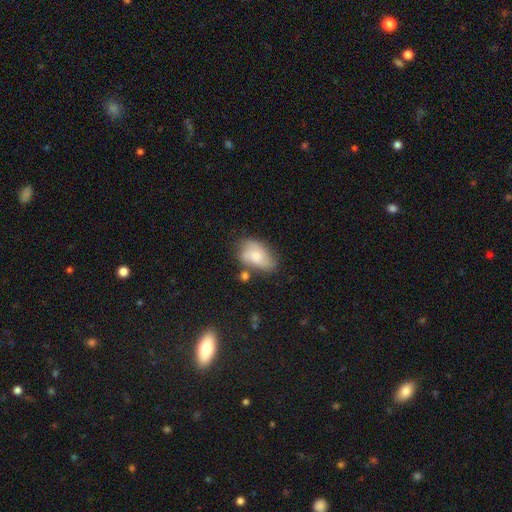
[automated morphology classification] This is possibly a smooth galaxy (59%). How rounded: clearly in between (89%). Merging: possibly none (50%).